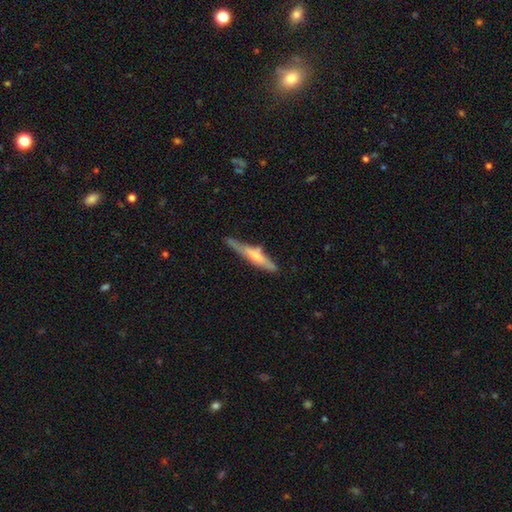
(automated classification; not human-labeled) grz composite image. It shows a smooth galaxy with no disk features (49%). Merging: none (57%).